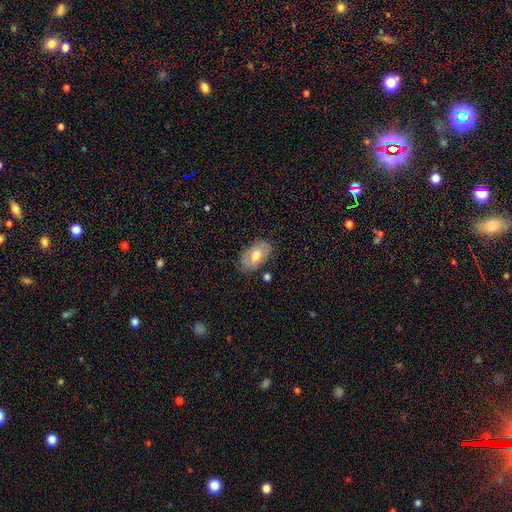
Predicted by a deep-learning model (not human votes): A smooth galaxy with no disk features (64%) that is in between round and cigar-shaped (91%).

Vote fractions:
- Smooth or featured? smooth: 64% / featured or disk: 29% / star or artifact: 7%
- How rounded? in between: 91% / round: 8% / cigar-shaped: 1%
- Merging? none: 77% / minor disturbance: 16% / major disturbance: 4% / merger: 3%